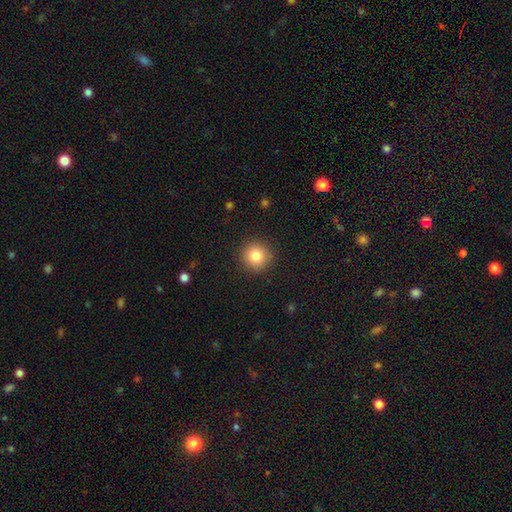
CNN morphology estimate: This appears to be a smooth galaxy with no disk features (83%) that is round (94%). Merging: none (91%).